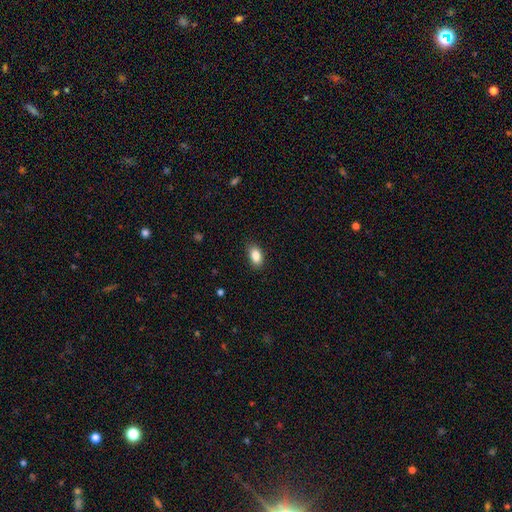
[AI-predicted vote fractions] Smooth or featured: smooth — 87% (star or artifact — 8%)
How rounded: in between — 90% (round — 8%)
Merging: none — 86% (minor disturbance — 11%)